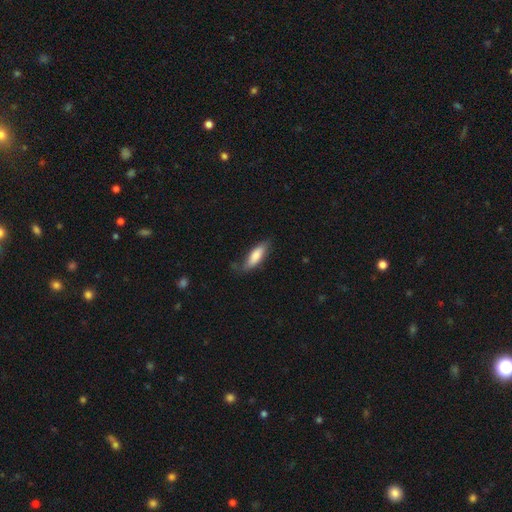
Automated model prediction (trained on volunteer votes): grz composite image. It shows a smooth galaxy with no disk features (77%) that is in between round and cigar-shaped (54%). Merging: none (65%).